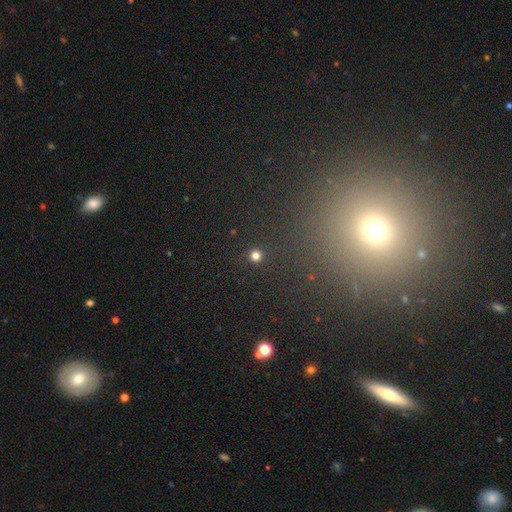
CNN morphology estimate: Overall: smooth (78%). How rounded: round (95%). Merging: none (91%).